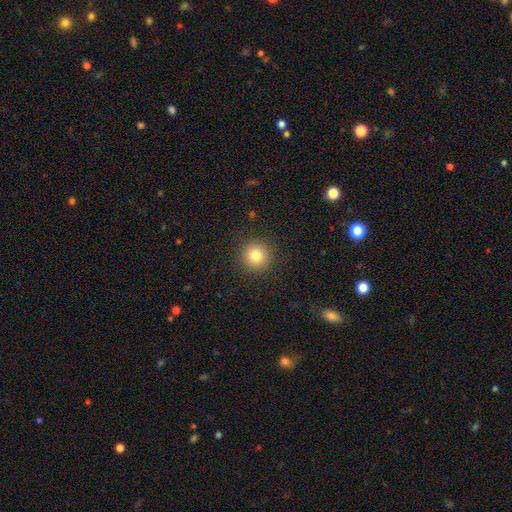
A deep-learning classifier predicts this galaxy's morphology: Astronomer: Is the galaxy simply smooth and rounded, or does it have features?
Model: smooth — 82%.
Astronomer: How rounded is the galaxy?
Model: round — 95%.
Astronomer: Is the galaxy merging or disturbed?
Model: none — 91%.